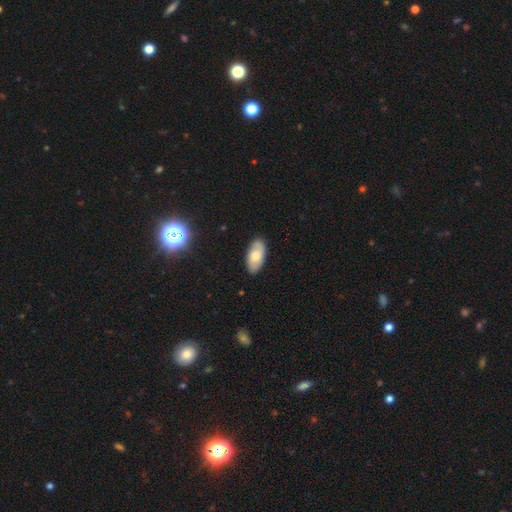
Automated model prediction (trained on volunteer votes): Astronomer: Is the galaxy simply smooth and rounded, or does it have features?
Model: smooth — 58% (runner-up: featured or disk, 35%).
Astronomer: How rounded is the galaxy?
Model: in between — 93%.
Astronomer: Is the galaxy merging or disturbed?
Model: none — 86%.